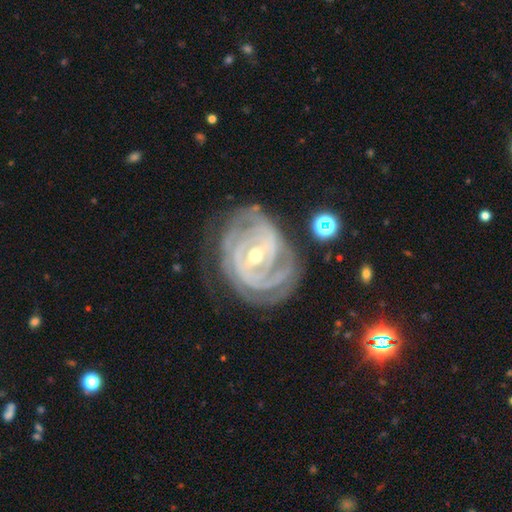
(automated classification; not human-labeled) This is clearly a featured or disk galaxy (91%). It is clearly not viewed edge-on (97%). Bar: marginally weak (42%). Spiral arm pattern: clearly yes (97%). Spiral arm count: marginally 3 (26%). Spiral winding: likely tight (79%). Central bulge: possibly moderate (52%). Merging: likely none (68%).